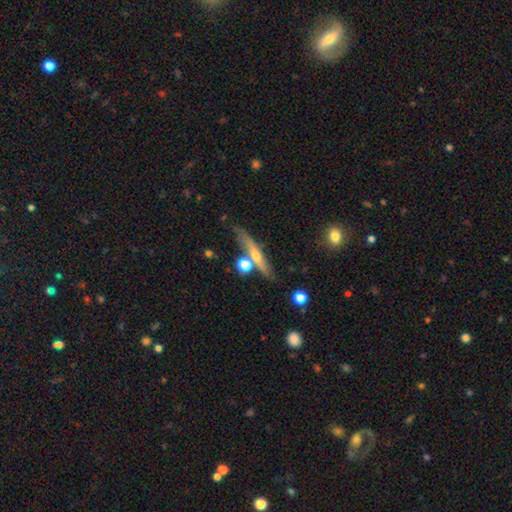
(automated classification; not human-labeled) Smooth or featured?
  - featured or disk: 58% *
  - smooth: 34%
  - star or artifact: 7%
Edge-on disk?
  - yes: 91% *
  - no: 9%
Edge-on bulge?
  - rounded: 82% *
  - none: 14%
  - boxy: 4%
Merging?
  - none: 72% *
  - minor disturbance: 13%
  - merger: 12%
  - major disturbance: 4%